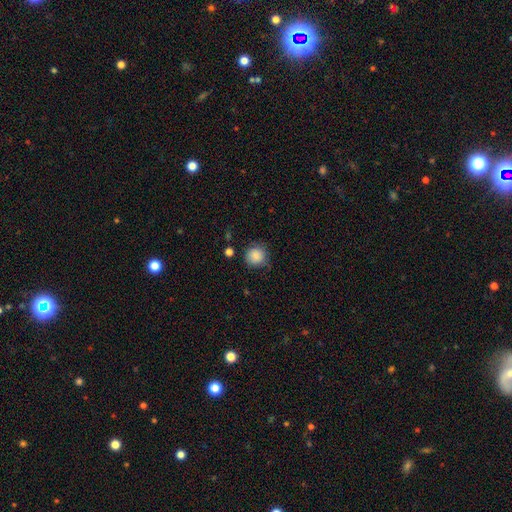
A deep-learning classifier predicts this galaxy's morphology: type=smooth (87%); roundness=round (92%); merging=none (77%).